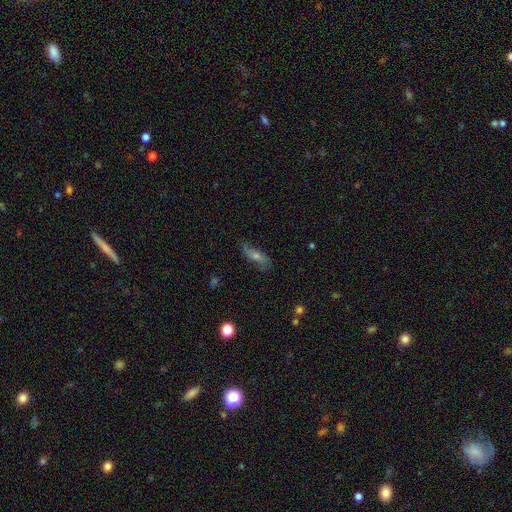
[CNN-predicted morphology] Smooth or featured? Predicted: featured or disk (p=0.54). Edge-on disk? Predicted: no (p=0.67). Merging? Predicted: none (p=0.75).